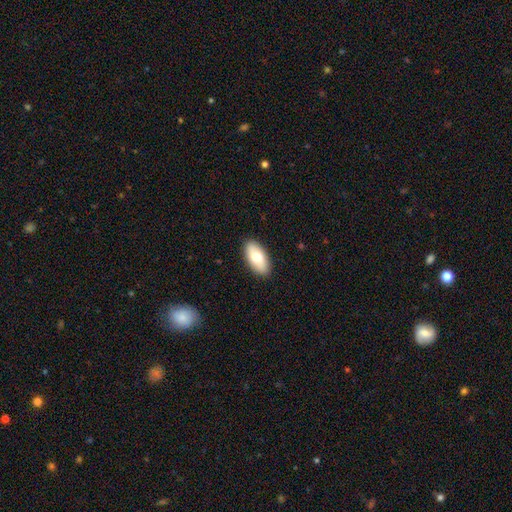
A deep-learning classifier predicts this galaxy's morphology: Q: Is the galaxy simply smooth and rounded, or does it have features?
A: smooth — 76%.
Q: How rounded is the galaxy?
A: in between — 92%.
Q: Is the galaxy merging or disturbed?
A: none — 89%.